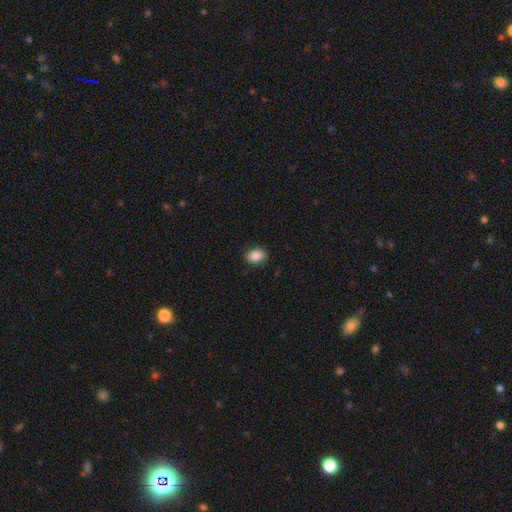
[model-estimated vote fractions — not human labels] A smooth galaxy with no disk features (87%) that is in between round and cigar-shaped (74%).

Vote fractions:
- Smooth or featured? smooth: 87% / star or artifact: 8% / featured or disk: 5%
- How rounded? in between: 74% / round: 25% / cigar-shaped: 1%
- Merging? none: 88% / minor disturbance: 9% / major disturbance: 2% / merger: 1%